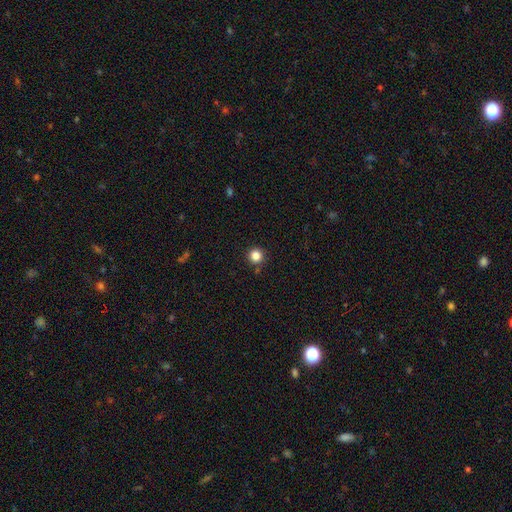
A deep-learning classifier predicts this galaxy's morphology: Smooth or featured?
  - smooth: 84% *
  - star or artifact: 12%
  - featured or disk: 4%
How rounded?
  - round: 96% *
  - in between: 3%
  - cigar-shaped: 1%
Merging?
  - none: 90% *
  - minor disturbance: 6%
  - merger: 3%
  - major disturbance: 2%